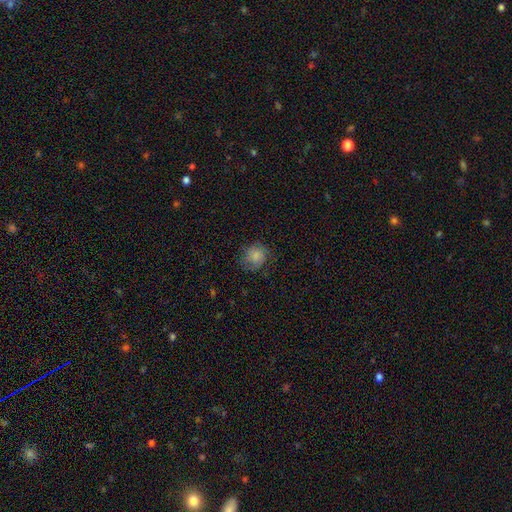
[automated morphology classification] Overall: smooth (77%). How rounded: round (81%). Merging: none (68%).